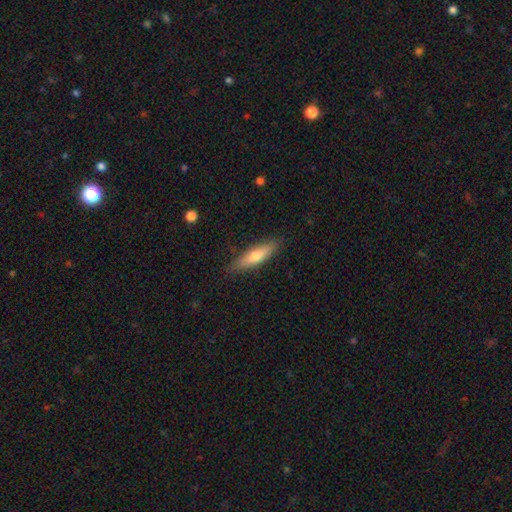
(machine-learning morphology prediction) Q: Smooth or featured?
A: smooth (61%); runner-up: featured or disk (33%)
Q: How rounded?
A: cigar-shaped (72%); runner-up: in between (26%)
Q: Merging?
A: none (85%); runner-up: minor disturbance (11%)